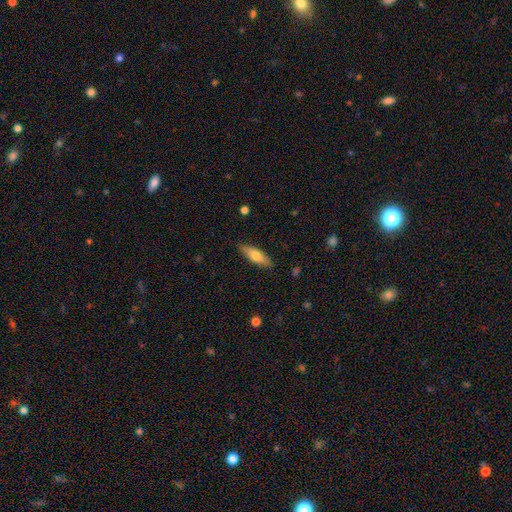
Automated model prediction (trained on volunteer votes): smooth 65%, featured or disk 29%, star or artifact 6%. Down the decision tree: how rounded — in between (51%); merging — none (87%).